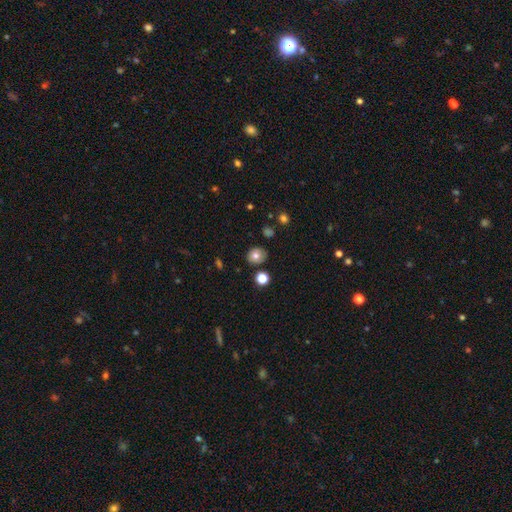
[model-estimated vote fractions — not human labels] Q: Smooth or featured?
A: smooth (75%); runner-up: featured or disk (14%)
Q: How rounded?
A: round (77%); runner-up: in between (22%)
Q: Merging?
A: none (84%); runner-up: minor disturbance (11%)